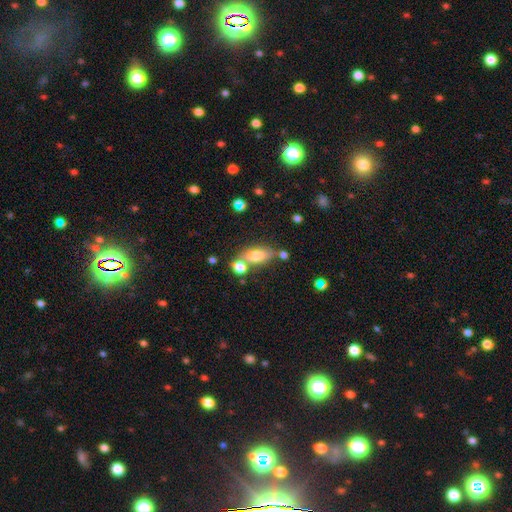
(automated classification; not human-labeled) Smooth or featured?
  - smooth: 74% *
  - featured or disk: 16%
  - star or artifact: 10%
How rounded?
  - in between: 79% *
  - cigar-shaped: 14%
  - round: 8%
Merging?
  - none: 57% *
  - merger: 23%
  - minor disturbance: 14%
  - major disturbance: 6%